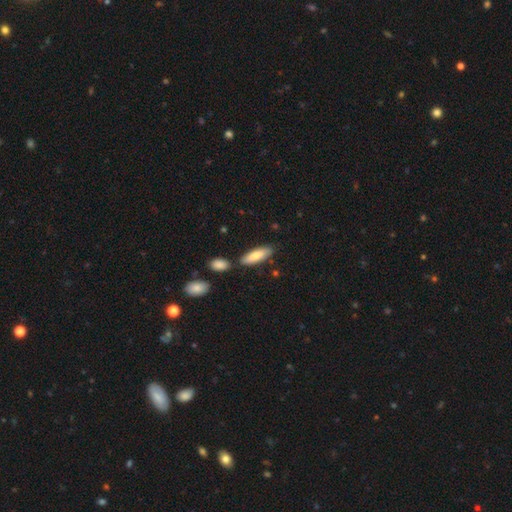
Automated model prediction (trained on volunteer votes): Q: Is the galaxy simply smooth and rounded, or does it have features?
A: smooth — 80%.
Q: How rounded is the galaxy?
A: in between — 58%.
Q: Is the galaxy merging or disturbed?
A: none — 76%.